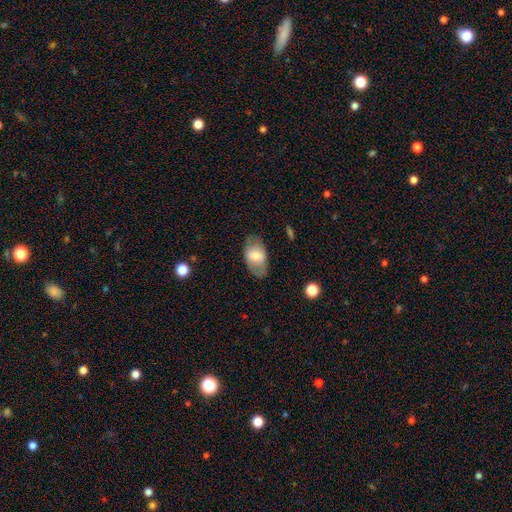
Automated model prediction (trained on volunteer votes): This appears to be a smooth galaxy with no disk features (59%) that is in between round and cigar-shaped (90%). Merging: none (74%).